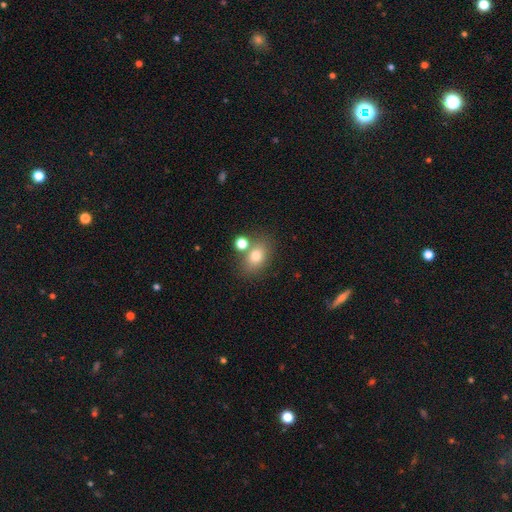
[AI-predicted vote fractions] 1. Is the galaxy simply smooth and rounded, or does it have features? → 77% smooth, 12% featured or disk, 11% star or artifact.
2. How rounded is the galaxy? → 66% in between, 33% round, 1% cigar-shaped.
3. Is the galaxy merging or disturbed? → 66% none, 18% merger, 12% minor disturbance, 4% major disturbance.